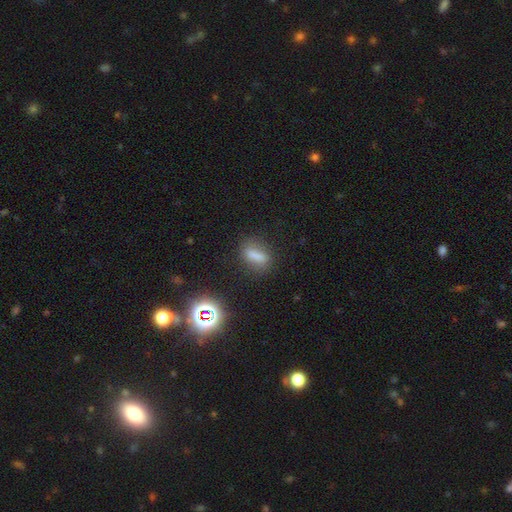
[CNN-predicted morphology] Smooth or featured? Predicted: smooth (p=0.70). How rounded? Predicted: in between (p=0.53). Merging? Predicted: none (p=0.74).